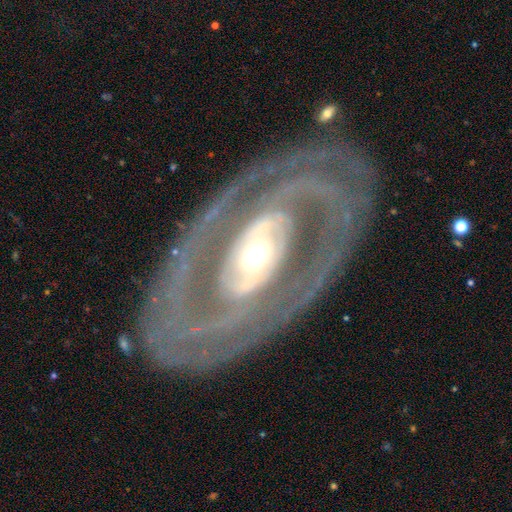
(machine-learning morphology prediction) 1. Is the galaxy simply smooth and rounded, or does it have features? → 90% featured or disk, 6% smooth, 4% star or artifact.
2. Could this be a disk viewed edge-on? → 94% no, 6% yes.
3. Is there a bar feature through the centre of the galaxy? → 36% strong, 35% no, 29% weak.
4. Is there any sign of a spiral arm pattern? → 87% yes, 13% no.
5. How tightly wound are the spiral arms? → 52% tight, 36% medium, 12% loose.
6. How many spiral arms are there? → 61% 2, 16% can't tell, 8% 3, 6% 1, 5% 4, 5% more than 4.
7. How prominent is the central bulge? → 59% moderate, 27% small, 11% large, 2% dominant, 1% none.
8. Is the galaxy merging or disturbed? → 76% none, 12% minor disturbance, 10% major disturbance, 2% merger.